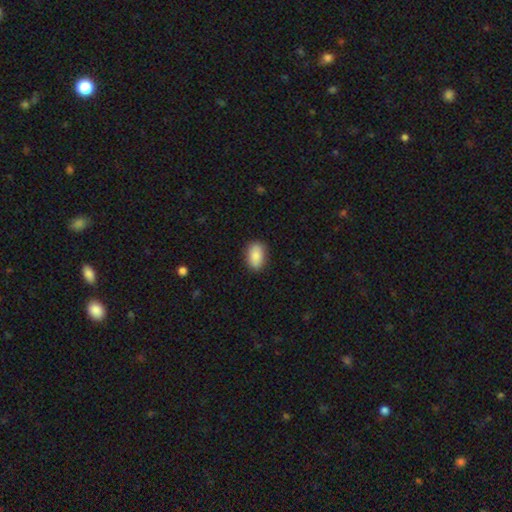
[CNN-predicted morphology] A smooth galaxy with no disk features (87%) that is in between round and cigar-shaped (90%). Merging: none (87%).